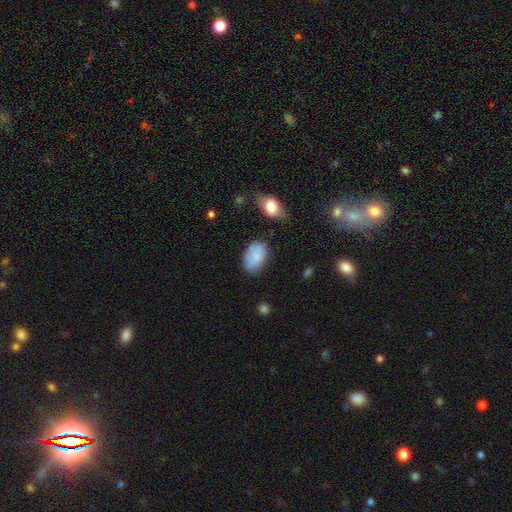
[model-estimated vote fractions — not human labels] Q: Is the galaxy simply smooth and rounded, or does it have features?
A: smooth — 80%.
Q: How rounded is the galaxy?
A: in between — 90%.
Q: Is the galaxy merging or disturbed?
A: none — 66%.